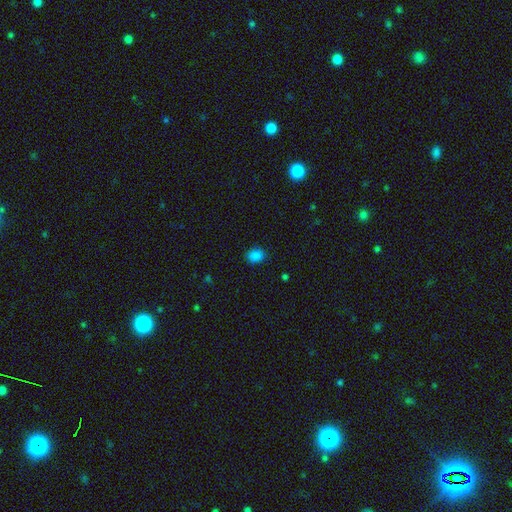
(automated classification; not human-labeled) Smooth or featured? smooth (84%)
How rounded? round (53%)
Merging? none (88%)